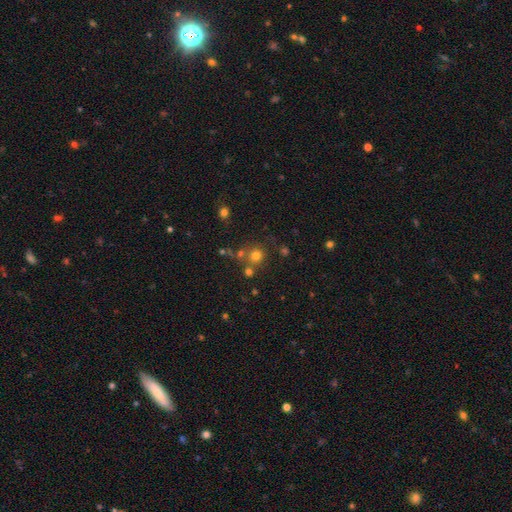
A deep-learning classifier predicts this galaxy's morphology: A smooth galaxy with no disk features (70%) that is round (91%). Merging: none (67%).